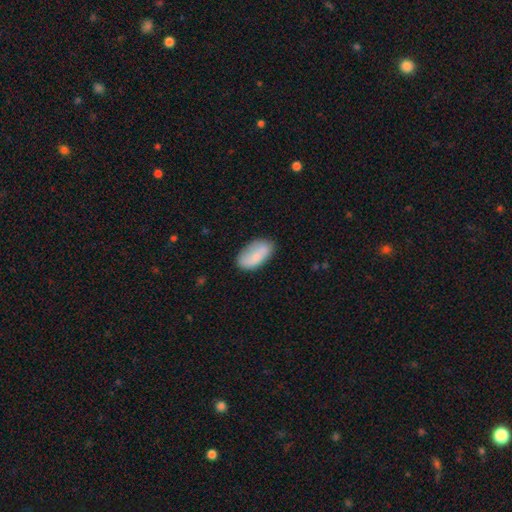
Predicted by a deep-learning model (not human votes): Smooth or featured? Predicted: smooth (p=0.75). How rounded? Predicted: in between (p=0.93). Merging? Predicted: none (p=0.74).